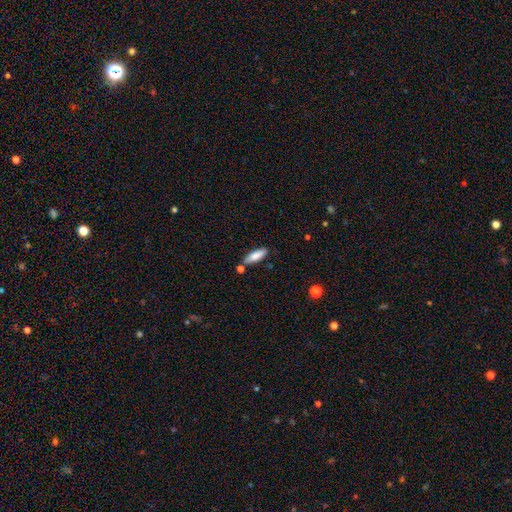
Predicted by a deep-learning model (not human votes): smooth 82%, featured or disk 12%, star or artifact 6%. Down the decision tree: how rounded — in between (57%); merging — none (74%).